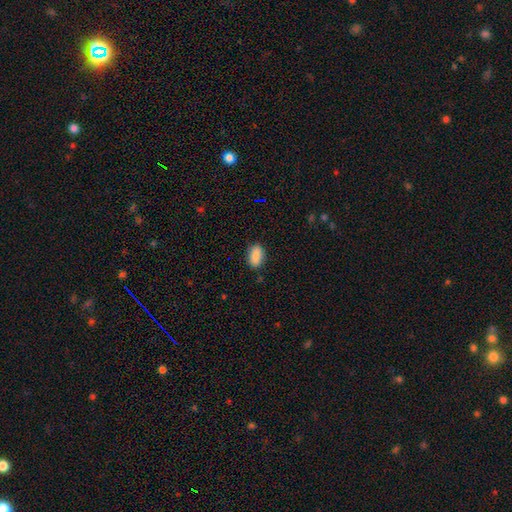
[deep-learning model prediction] A smooth galaxy with no disk features (88%) that is in between round and cigar-shaped (91%).

Vote fractions:
- Smooth or featured? smooth: 88% / star or artifact: 7% / featured or disk: 4%
- How rounded? in between: 91% / round: 7% / cigar-shaped: 2%
- Merging? none: 85% / minor disturbance: 11% / major disturbance: 3% / merger: 1%